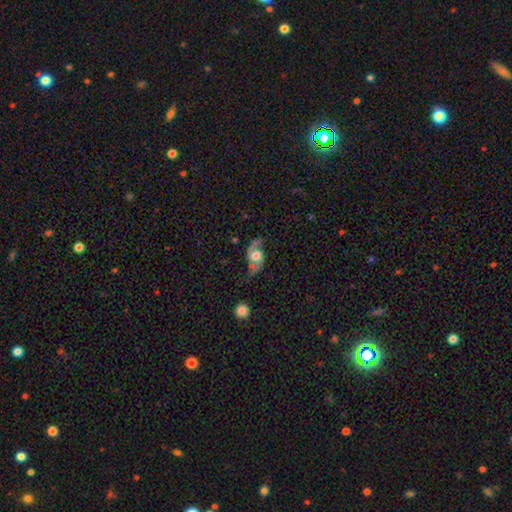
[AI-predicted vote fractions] A featured or disk galaxy (83%) with no bar (59%), 2 (93%) loose (66%) spiral arms (94%) and a moderate central bulge (51%). Merging: none (66%).